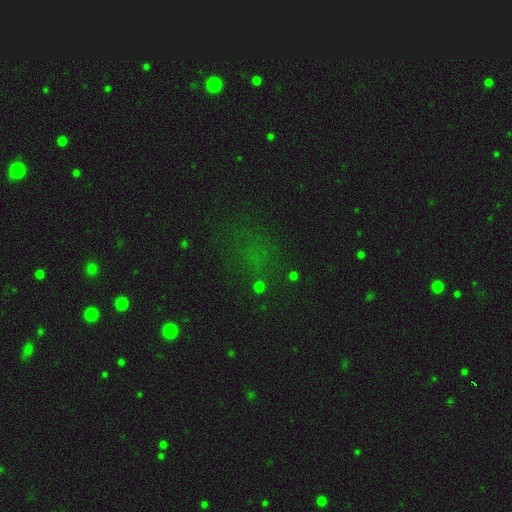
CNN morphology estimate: This is likely a star or artifact rather than a galaxy (62%).